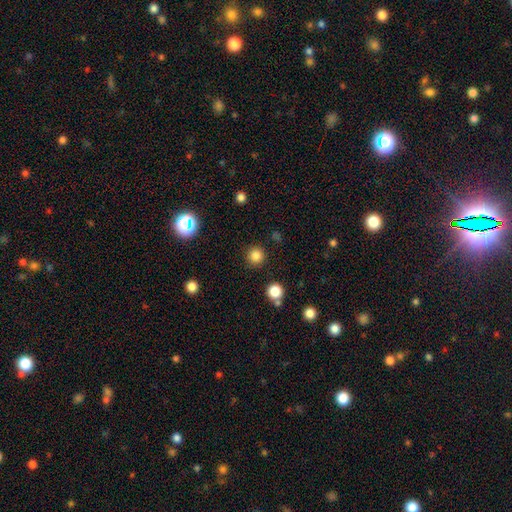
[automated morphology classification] smooth-or-featured: smooth: 82% | star or artifact: 14% | featured or disk: 4%
  how-rounded: round: 95% | in between: 4% | cigar-shaped: 1%
  merging: none: 90% | minor disturbance: 5% | major disturbance: 2% | merger: 2%